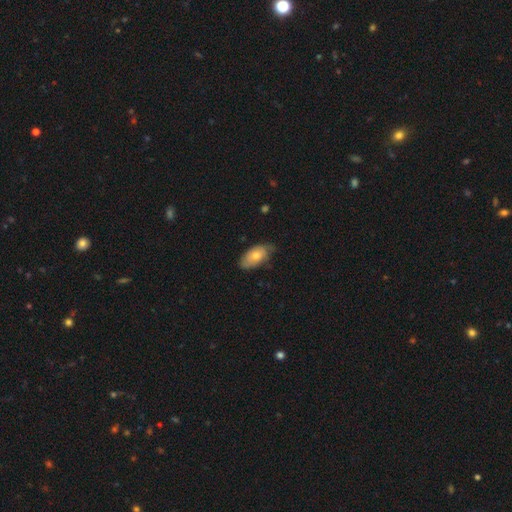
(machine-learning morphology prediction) Smooth or featured?
  - smooth: 68% *
  - featured or disk: 26%
  - star or artifact: 6%
How rounded?
  - in between: 92% *
  - round: 4%
  - cigar-shaped: 4%
Merging?
  - none: 62% *
  - minor disturbance: 31%
  - major disturbance: 6%
  - merger: 1%